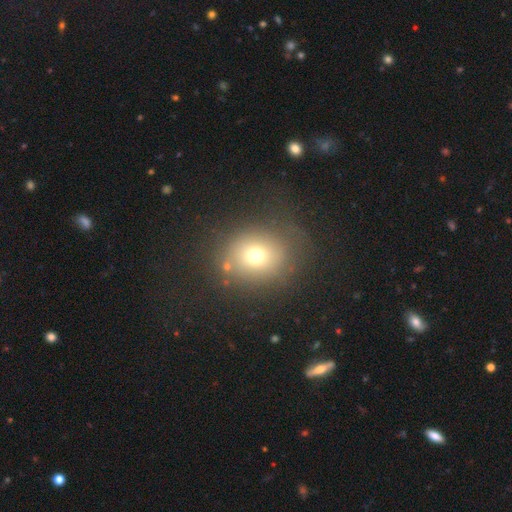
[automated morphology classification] smooth_or_featured: smooth (p=0.70) [alt: star or artifact p=0.16]
how_rounded: round (p=0.72) [alt: in between p=0.27]
merging: none (p=0.74) [alt: minor disturbance p=0.14]